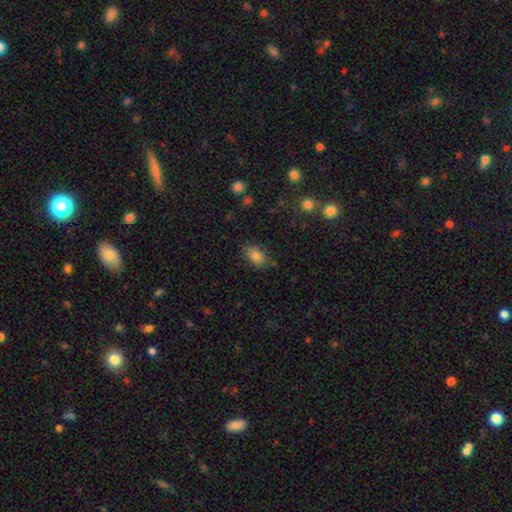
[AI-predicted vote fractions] Smooth or featured? Predicted: smooth (p=0.81). How rounded? Predicted: in between (p=0.86). Merging? Predicted: none (p=0.76).